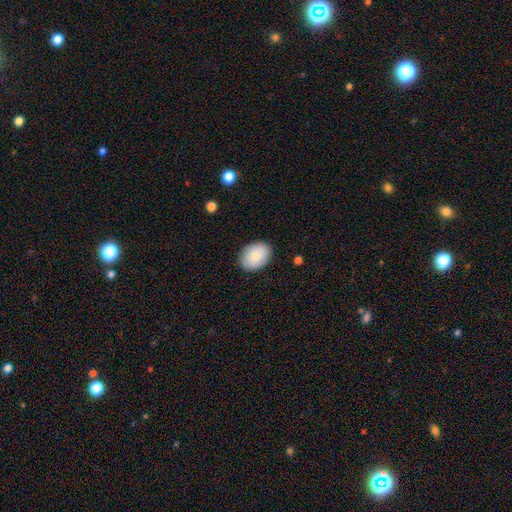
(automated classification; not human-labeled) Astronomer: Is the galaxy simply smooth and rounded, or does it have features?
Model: smooth — 84%.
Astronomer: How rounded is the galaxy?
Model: in between — 75%.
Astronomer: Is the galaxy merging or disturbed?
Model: none — 87%.